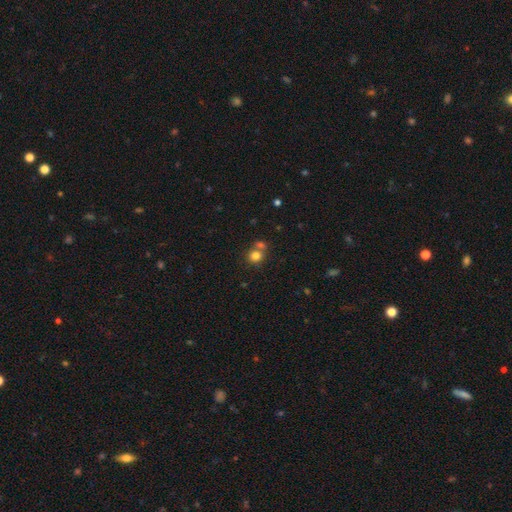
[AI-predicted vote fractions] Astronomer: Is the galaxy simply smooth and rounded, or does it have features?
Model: smooth — 79%.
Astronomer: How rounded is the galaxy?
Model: round — 82%.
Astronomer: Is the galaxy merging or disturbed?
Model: none — 53% (runner-up: merger, 36%).